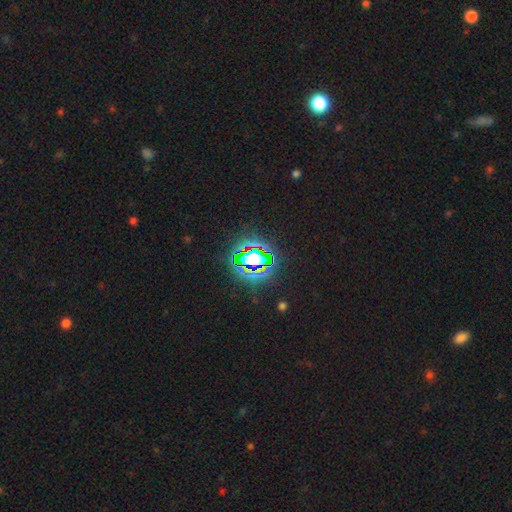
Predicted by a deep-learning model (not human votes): Q: Smooth or featured?
A: star or artifact (69%); runner-up: smooth (18%)